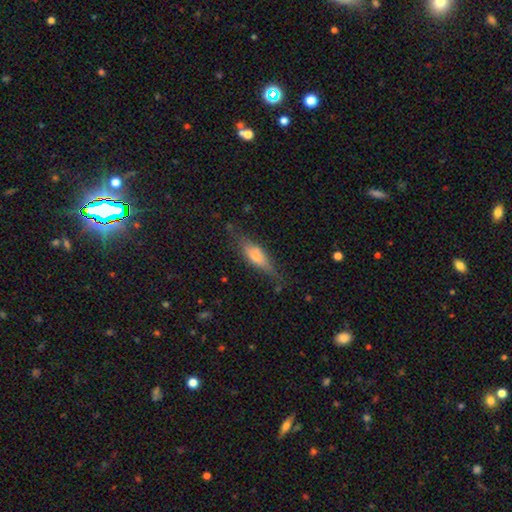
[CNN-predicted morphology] smooth-or-featured: smooth: 49% | featured or disk: 43% | star or artifact: 8%
  merging: none: 72% | minor disturbance: 20% | major disturbance: 6% | merger: 2%